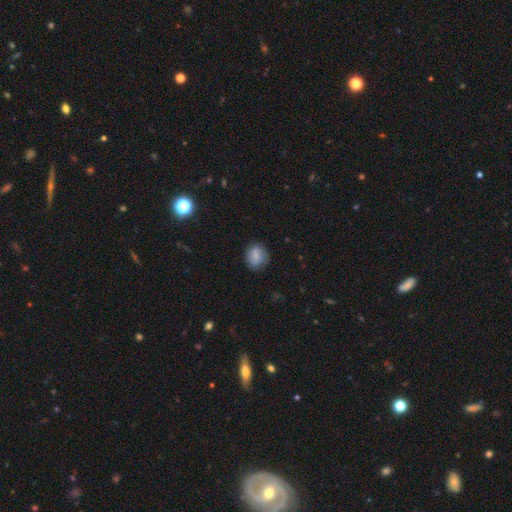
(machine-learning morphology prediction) smooth-or-featured: smooth: 71% | featured or disk: 19% | star or artifact: 9%
  how-rounded: round: 70% | in between: 29% | cigar-shaped: 1%
  merging: none: 80% | minor disturbance: 15% | major disturbance: 4% | merger: 1%